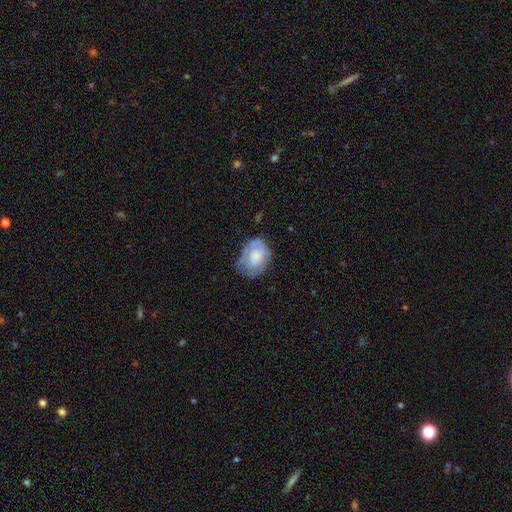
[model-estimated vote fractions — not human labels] A smooth galaxy with no disk features (59%) that is in between round and cigar-shaped (64%). Merging: none (52%).